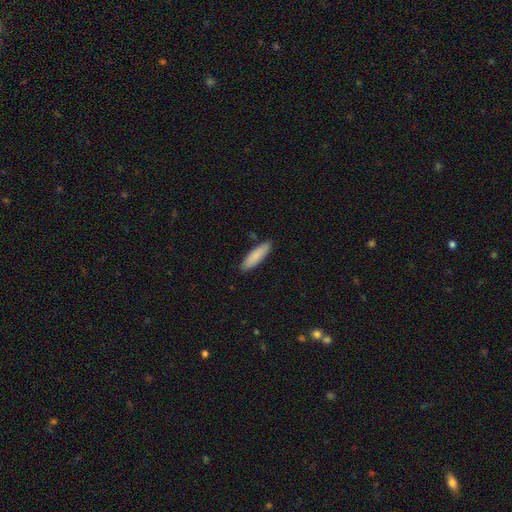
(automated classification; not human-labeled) Q: Smooth or featured?
A: smooth (86%); runner-up: featured or disk (8%)
Q: How rounded?
A: cigar-shaped (64%); runner-up: in between (35%)
Q: Merging?
A: none (86%); runner-up: minor disturbance (10%)